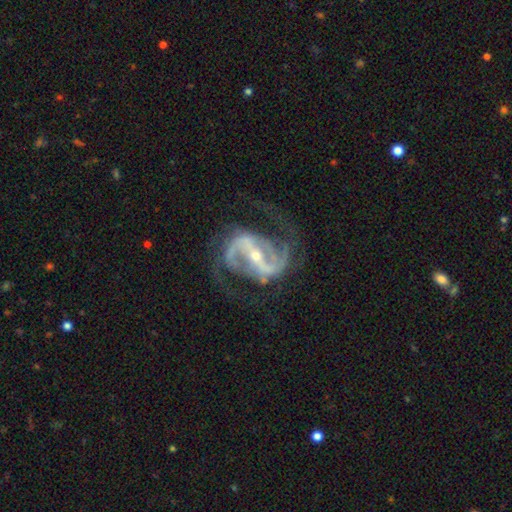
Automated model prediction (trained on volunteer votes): Smooth or featured? Predicted: featured or disk (p=0.93). Edge-on disk? Predicted: no (p=0.97). Bar? Predicted: strong (p=0.72). Spiral arms? Predicted: yes (p=0.98). Spiral winding? Predicted: medium (p=0.56). Spiral arm count? Predicted: 2 (p=0.88). Bulge size? Predicted: small (p=0.63). Merging? Predicted: none (p=0.71).